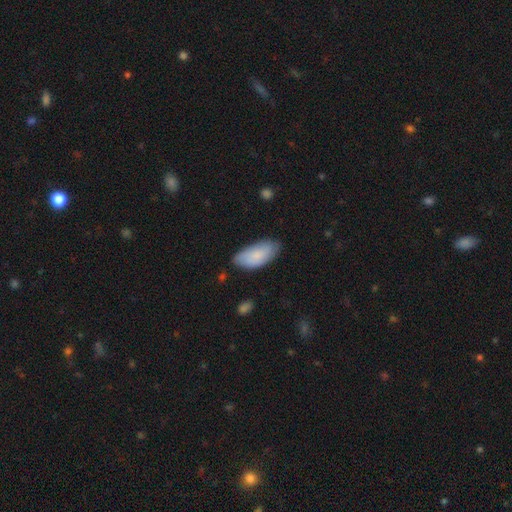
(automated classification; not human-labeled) Smooth or featured?
  - smooth: 79% *
  - featured or disk: 15%
  - star or artifact: 6%
How rounded?
  - in between: 93% *
  - cigar-shaped: 5%
  - round: 2%
Merging?
  - none: 71% *
  - minor disturbance: 24%
  - major disturbance: 4%
  - merger: 2%